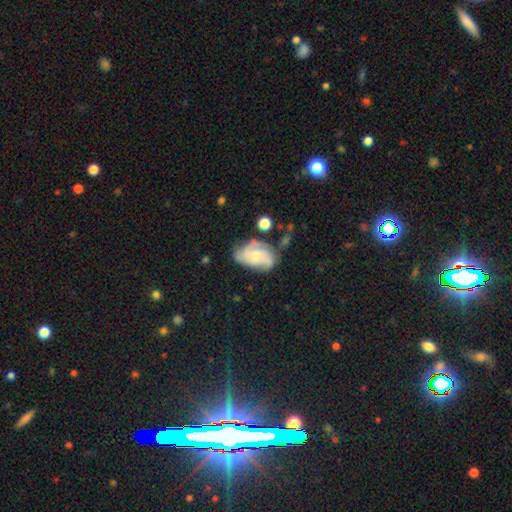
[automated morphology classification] A featured or disk galaxy (66%) with no bar (73%), 3 (33%) tight (41%, tied with medium) spiral arms (86%) and a small central bulge (49%).

Vote fractions:
- Smooth or featured? featured or disk: 66% / smooth: 27% / star or artifact: 7%
- Edge-on disk? no: 96% / yes: 4%
- Bar? no: 73% / weak: 22% / strong: 4%
- Spiral arms? yes: 86% / no: 14%
- Spiral winding? tight: 41% (tied) / medium: 41% (tied) / loose: 18%
- Spiral arm count? 3: 33% / can't tell: 27% / 2: 24% / 4: 9% / 1: 4% / more than 4: 3%
- Bulge size? small: 49% / moderate: 46% / large: 2% / none: 2% / dominant: 1%
- Merging? none: 52% / minor disturbance: 29% / major disturbance: 13% / merger: 6%